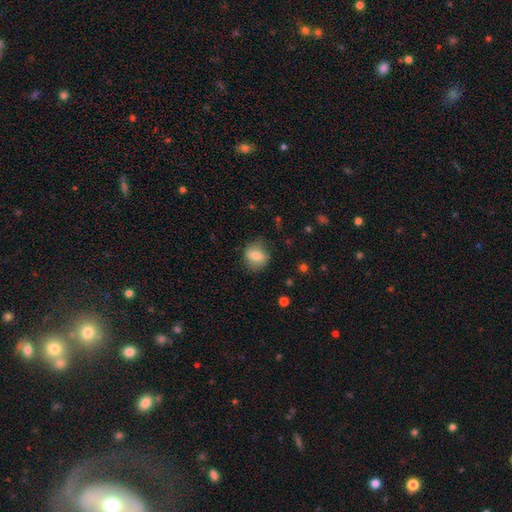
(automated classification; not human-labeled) Smooth or featured?
  - smooth: 72% *
  - featured or disk: 20%
  - star or artifact: 8%
How rounded?
  - round: 64% *
  - in between: 35%
  - cigar-shaped: 2%
Merging?
  - none: 78% *
  - minor disturbance: 16%
  - major disturbance: 5%
  - merger: 1%